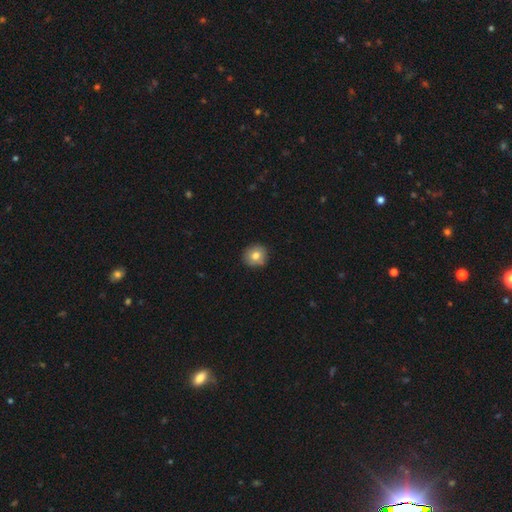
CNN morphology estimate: A smooth galaxy with no disk features (78%) that is round (89%).

Vote fractions:
- Smooth or featured? smooth: 78% / featured or disk: 13% / star or artifact: 9%
- How rounded? round: 89% / in between: 10% / cigar-shaped: 1%
- Merging? none: 88% / minor disturbance: 9% / major disturbance: 2% / merger: 1%